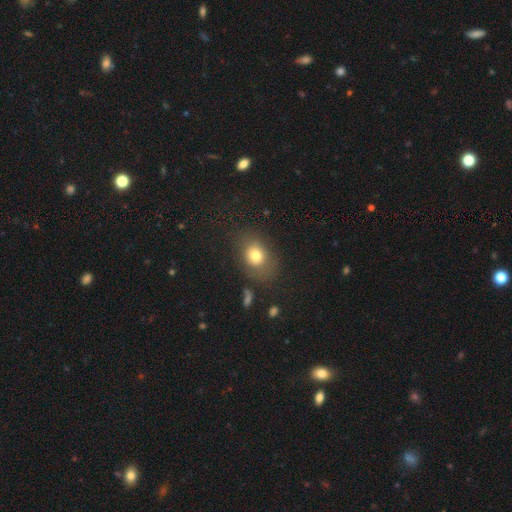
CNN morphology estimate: Smooth or featured? Predicted: smooth (p=0.75). How rounded? Predicted: in between (p=0.56). Merging? Predicted: none (p=0.61).